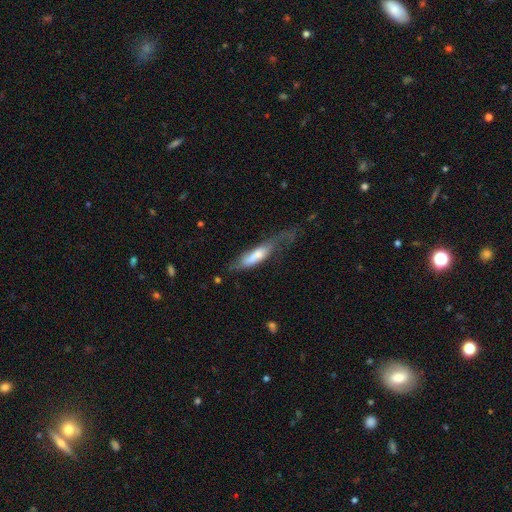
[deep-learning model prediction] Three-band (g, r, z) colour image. It shows a smooth galaxy with no disk features (58%) that is cigar-shaped (56%). Merging: major disturbance (43%).